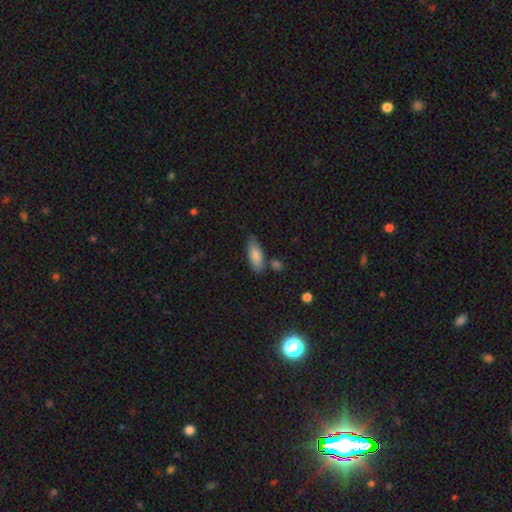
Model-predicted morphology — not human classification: smooth_or_featured: smooth (p=0.83) [alt: featured or disk p=0.11]
how_rounded: in between (p=0.69) [alt: cigar-shaped p=0.29]
merging: none (p=0.71) [alt: minor disturbance p=0.18]